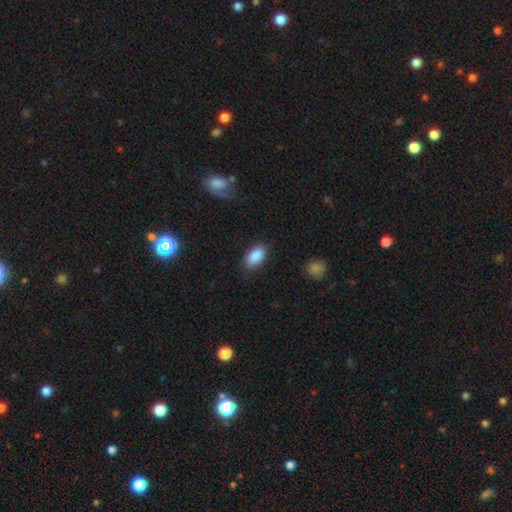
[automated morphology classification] Overall: smooth (88%). How rounded: in between (93%). Merging: none (81%).